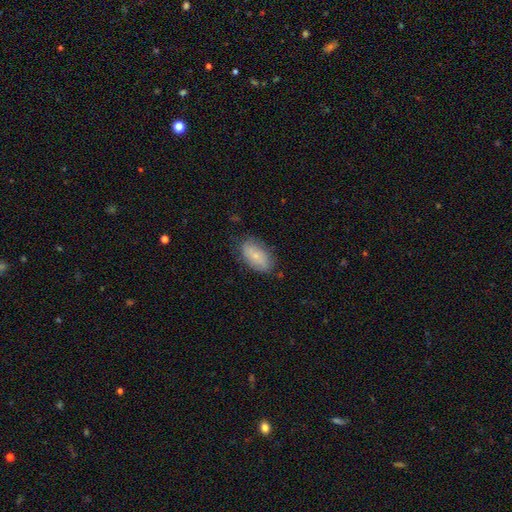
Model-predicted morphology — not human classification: Smooth or featured: smooth — 69% (featured or disk — 24%)
How rounded: in between — 93% (round — 4%)
Merging: none — 74% (minor disturbance — 20%)